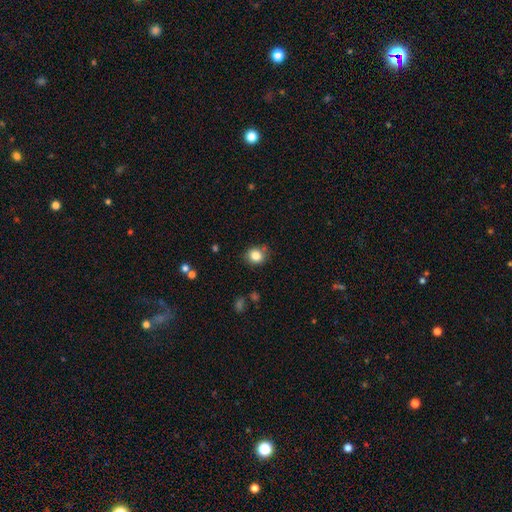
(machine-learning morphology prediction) Smooth or featured?
  - smooth: 83% *
  - star or artifact: 11%
  - featured or disk: 6%
How rounded?
  - round: 75% *
  - in between: 24%
  - cigar-shaped: 1%
Merging?
  - none: 79% *
  - minor disturbance: 14%
  - major disturbance: 3%
  - merger: 3%